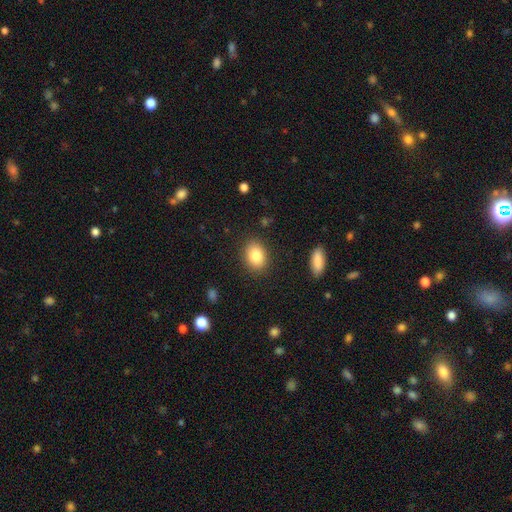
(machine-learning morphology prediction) The model was most divided on "how rounded": in between: 66%, round: 32%, cigar-shaped: 1%. More confident: merging — none (87%); smooth or featured — smooth (83%).